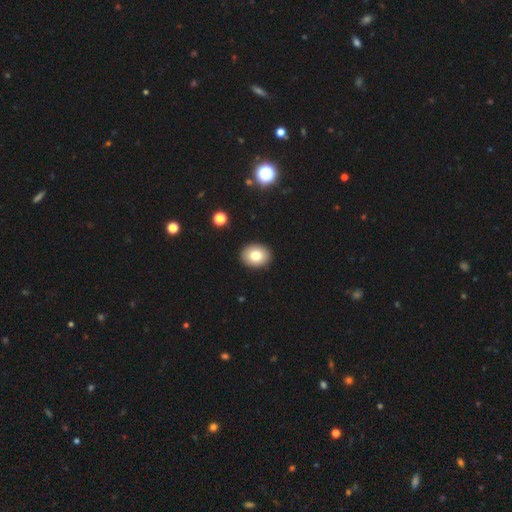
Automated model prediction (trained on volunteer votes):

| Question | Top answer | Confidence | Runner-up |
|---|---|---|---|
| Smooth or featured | smooth | 79% | featured or disk (11%) |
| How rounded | round | 51% | in between (48%) |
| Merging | none | 91% | minor disturbance (6%) |